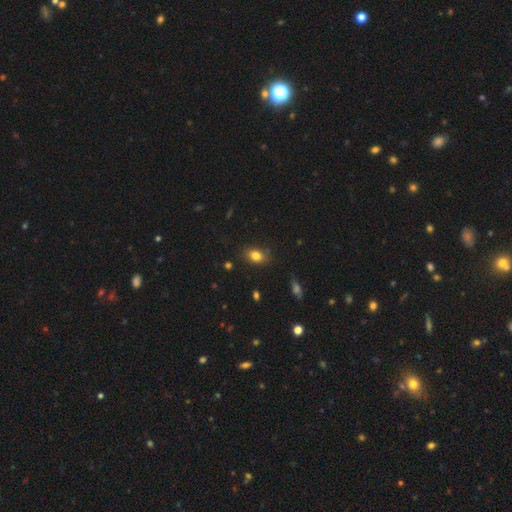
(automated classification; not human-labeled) A smooth galaxy with no disk features (81%) that is in between round and cigar-shaped (76%).

Vote fractions:
- Smooth or featured? smooth: 81% / star or artifact: 11% / featured or disk: 8%
- How rounded? in between: 76% / round: 23% / cigar-shaped: 2%
- Merging? none: 81% / minor disturbance: 14% / major disturbance: 3% / merger: 2%